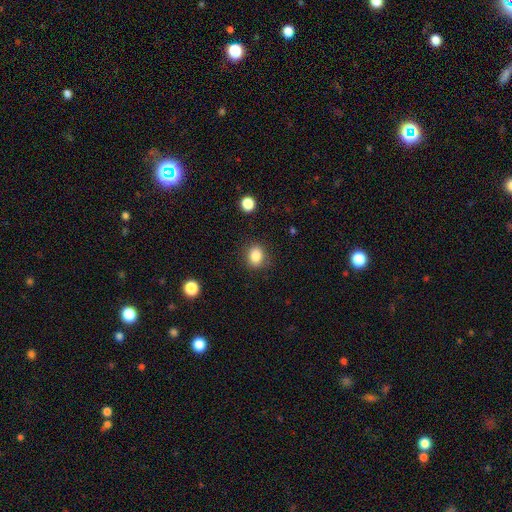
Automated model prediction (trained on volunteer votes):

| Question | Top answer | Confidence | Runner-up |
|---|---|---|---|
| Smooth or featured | smooth | 85% | star or artifact (10%) |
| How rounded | round | 57% | in between (42%) |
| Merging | none | 86% | minor disturbance (9%) |